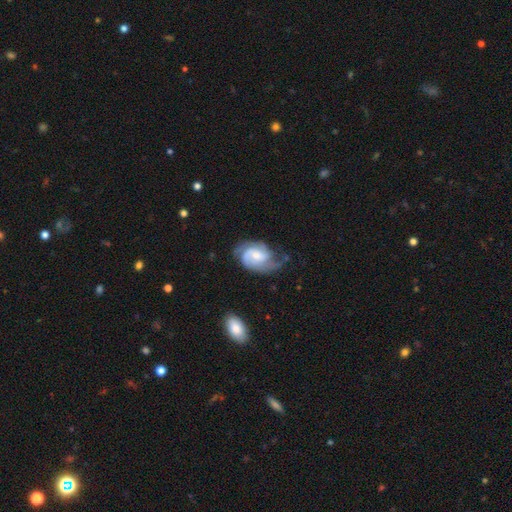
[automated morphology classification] type=featured or disk (81%); edge-on=no (97%); bar=weak (46%); spiral arms=yes (95%); winding=medium (45%); arm count=2 (53%); bulge=moderate (46%); merging=none (50%).